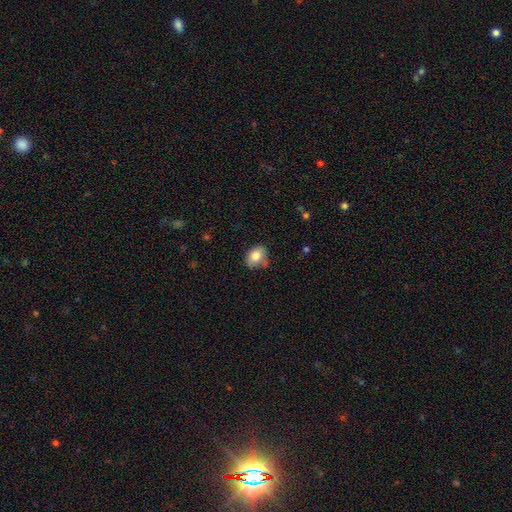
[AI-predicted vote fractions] This is likely a smooth galaxy (80%). How rounded: possibly in between (57%). Merging: possibly none (59%).